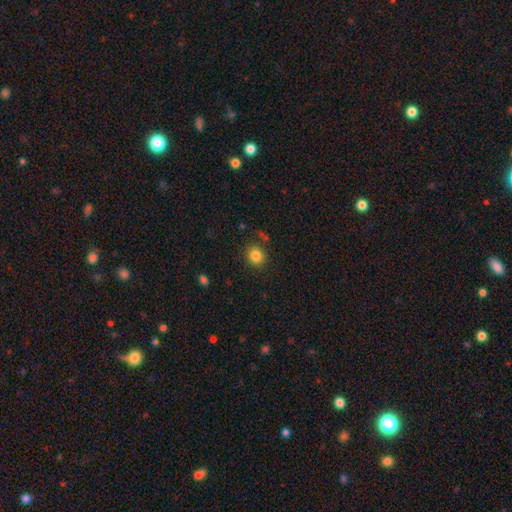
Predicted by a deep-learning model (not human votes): A smooth galaxy with no disk features (83%) that is round (80%).

Vote fractions:
- Smooth or featured? smooth: 83% / star or artifact: 11% / featured or disk: 6%
- How rounded? round: 80% / in between: 19% / cigar-shaped: 1%
- Merging? none: 83% / minor disturbance: 10% / major disturbance: 3% / merger: 3%